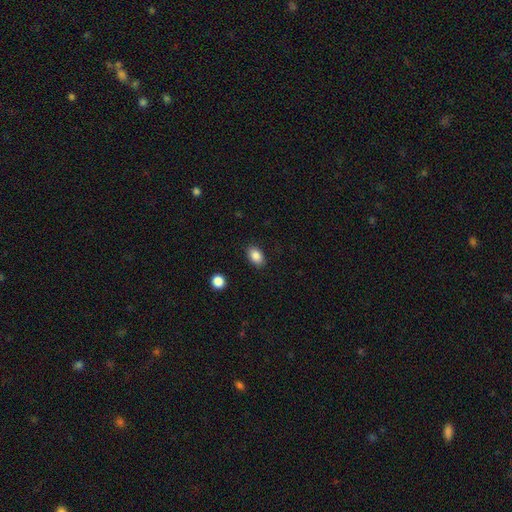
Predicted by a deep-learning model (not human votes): Smooth or featured?
  - smooth: 87% *
  - star or artifact: 8%
  - featured or disk: 5%
How rounded?
  - in between: 88% *
  - round: 11%
  - cigar-shaped: 1%
Merging?
  - none: 87% *
  - minor disturbance: 9%
  - major disturbance: 2%
  - merger: 1%